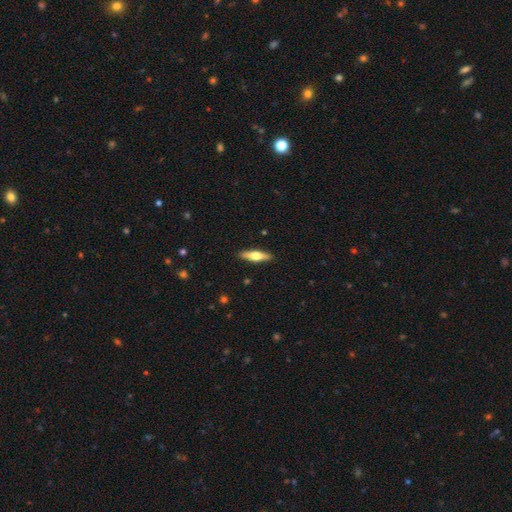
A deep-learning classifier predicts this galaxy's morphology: A featured or disk galaxy (51%) viewed edge-on (93%).

Vote fractions:
- Smooth or featured? featured or disk: 51% / smooth: 44% / star or artifact: 5%
- Edge-on disk? yes: 93% / no: 7%
- Merging? none: 91% / minor disturbance: 7% / major disturbance: 1% / merger: 1%